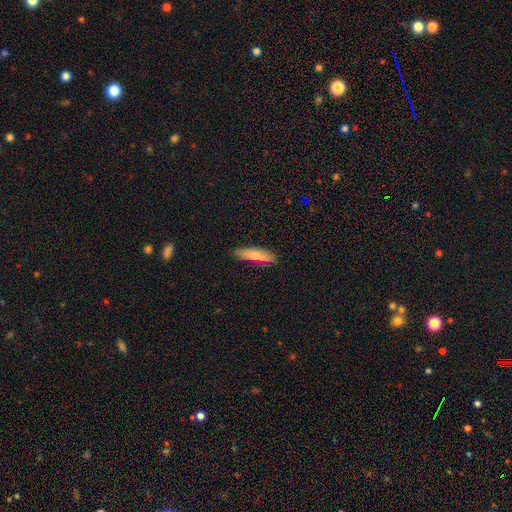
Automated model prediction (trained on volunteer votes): This appears to be a smooth galaxy with no disk features (79%) that is cigar-shaped (67%). Merging: none (86%).